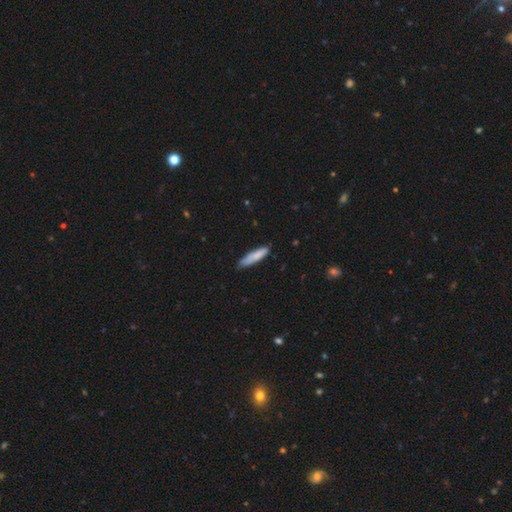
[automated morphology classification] This appears to be a smooth galaxy with no disk features (81%) that is cigar-shaped (76%). Merging: none (72%).